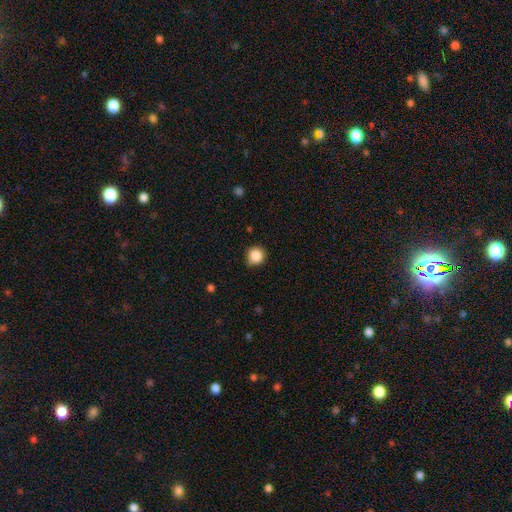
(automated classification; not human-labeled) This appears to be a smooth galaxy with no disk features (87%) that is round (92%). Merging: none (80%).